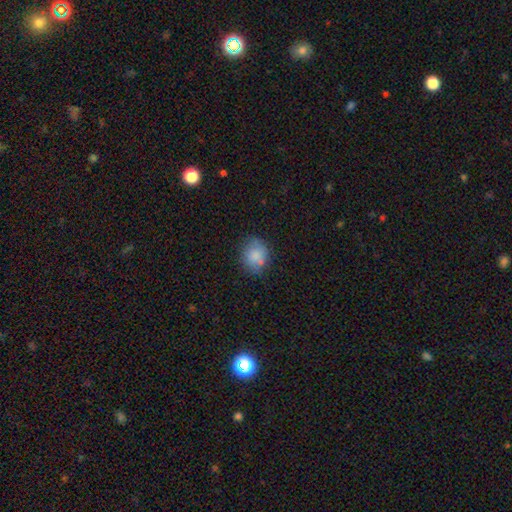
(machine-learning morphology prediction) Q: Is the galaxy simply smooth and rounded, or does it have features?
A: smooth — 81%.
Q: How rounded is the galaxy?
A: round — 69%.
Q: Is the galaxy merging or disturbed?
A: none — 68%.